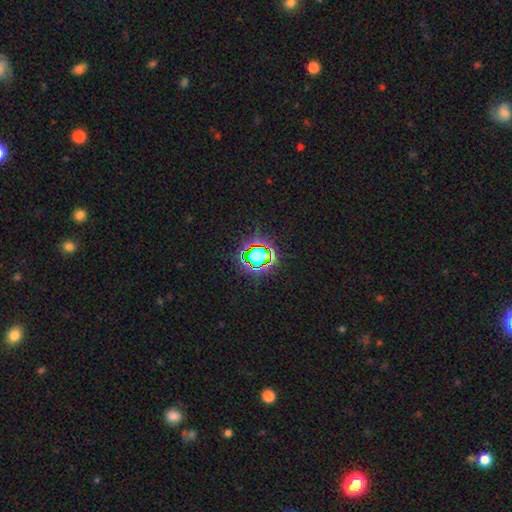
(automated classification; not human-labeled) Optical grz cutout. It shows a star or artifact, not a galaxy (67%).